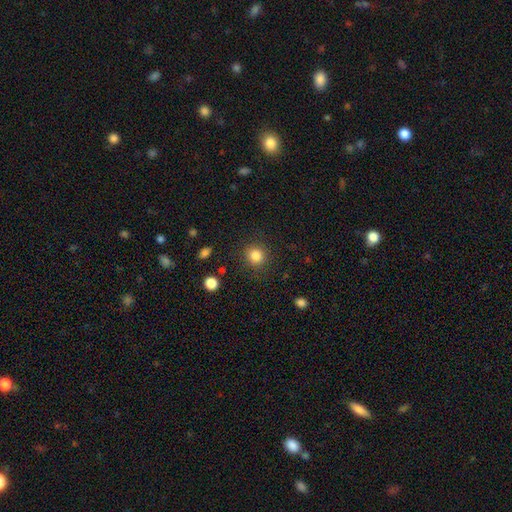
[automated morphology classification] A smooth galaxy with no disk features (84%) that is round (89%).

Vote fractions:
- Smooth or featured? smooth: 84% / star or artifact: 11% / featured or disk: 5%
- How rounded? round: 89% / in between: 10% / cigar-shaped: 1%
- Merging? none: 87% / minor disturbance: 8% / major disturbance: 3% / merger: 2%